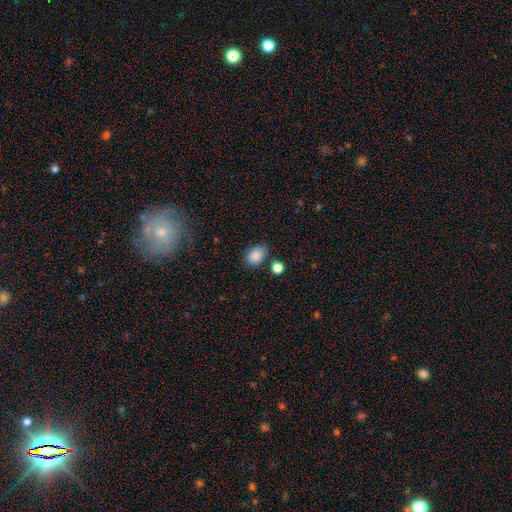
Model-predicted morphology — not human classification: Q: Smooth or featured?
A: smooth (86%); runner-up: star or artifact (9%)
Q: How rounded?
A: in between (77%); runner-up: round (21%)
Q: Merging?
A: none (72%); runner-up: minor disturbance (17%)